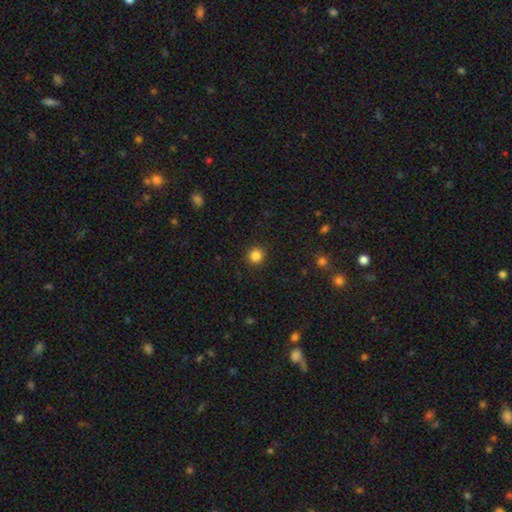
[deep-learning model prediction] smooth-or-featured: smooth: 85% | star or artifact: 12% | featured or disk: 4%
  how-rounded: round: 90% | in between: 9% | cigar-shaped: 1%
  merging: none: 91% | minor disturbance: 6% | major disturbance: 2% | merger: 1%